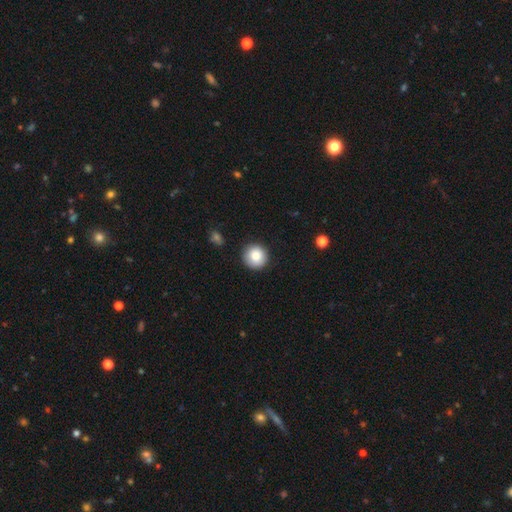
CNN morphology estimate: A smooth galaxy with no disk features (85%) that is round (94%). Merging: none (89%).